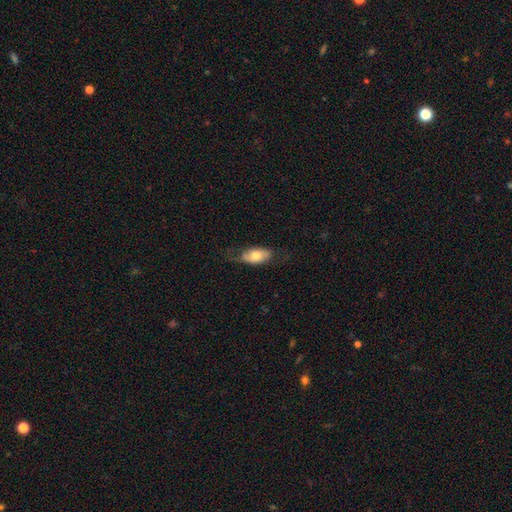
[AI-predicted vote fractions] Smooth or featured? smooth (67%)
How rounded? in between (88%)
Merging? none (61%)